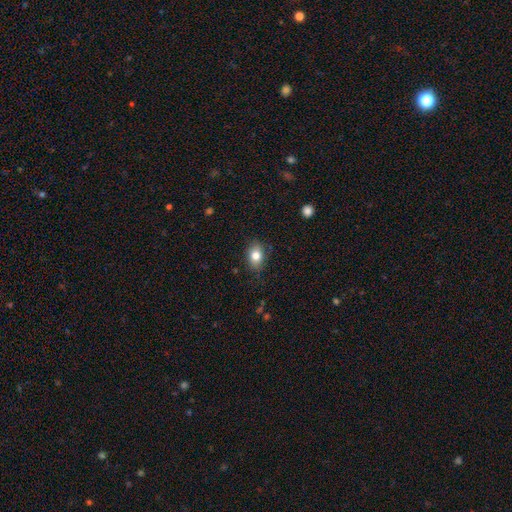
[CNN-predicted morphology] The model was most divided on "how rounded": in between: 74%, round: 24%, cigar-shaped: 2%. More confident: merging — none (81%); smooth or featured — smooth (80%).